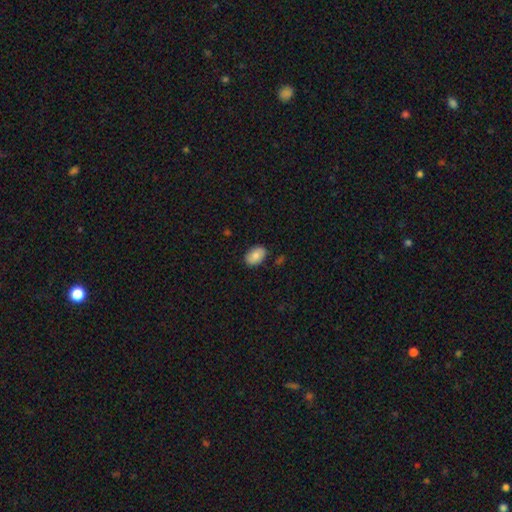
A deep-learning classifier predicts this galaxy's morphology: smooth 83%, featured or disk 10%, star or artifact 7%. Down the decision tree: how rounded — in between (88%); merging — none (84%).